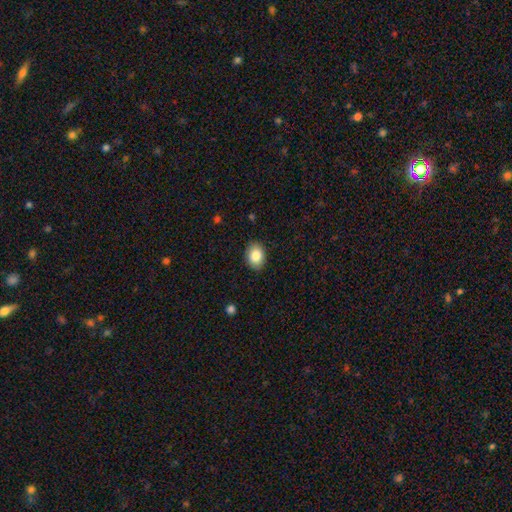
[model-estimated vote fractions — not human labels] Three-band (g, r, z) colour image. It shows a smooth galaxy with no disk features (85%) that is in between round and cigar-shaped (71%). Merging: none (88%).